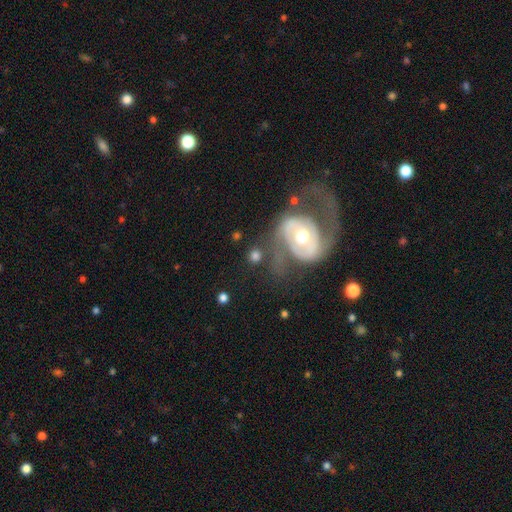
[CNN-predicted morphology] smooth 52%, featured or disk 38%, star or artifact 10%. Down the decision tree: how rounded — round (67%); merging — none (58%).